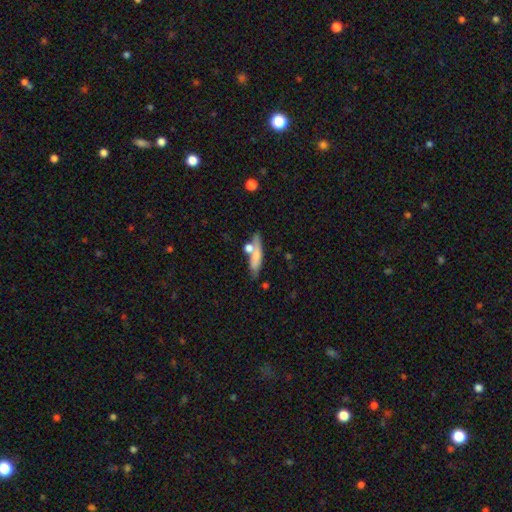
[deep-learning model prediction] The model was most divided on "merging": none: 55%, merger: 22%, minor disturbance: 16%, major disturbance: 6%. More confident: how rounded — cigar-shaped (71%); smooth or featured — smooth (66%).